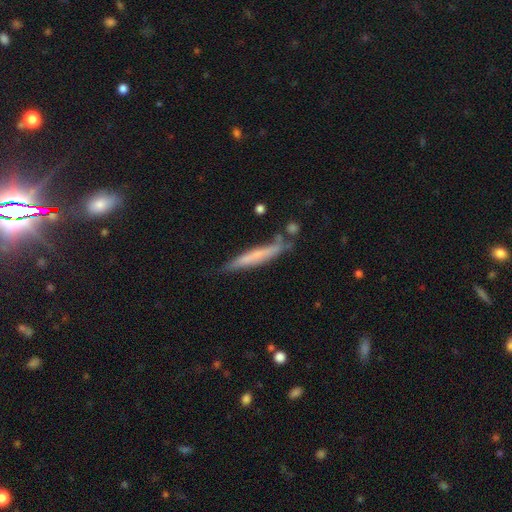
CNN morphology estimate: A smooth galaxy with no disk features (56%) that is cigar-shaped (94%).

Vote fractions:
- Smooth or featured? smooth: 56% / featured or disk: 37% / star or artifact: 7%
- How rounded? cigar-shaped: 94% / in between: 5% / round: 1%
- Merging? none: 71% / minor disturbance: 18% / merger: 6% / major disturbance: 4%